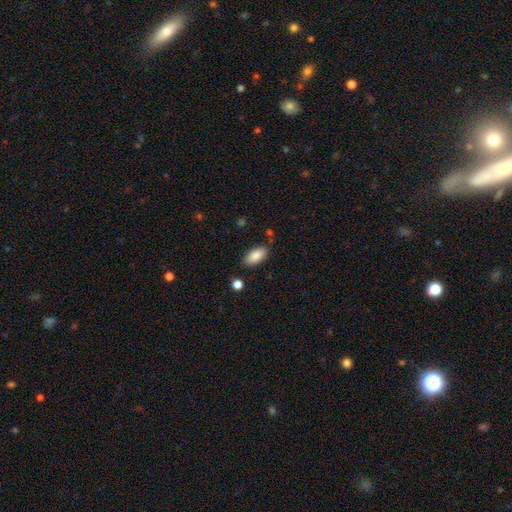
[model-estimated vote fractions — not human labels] smooth-or-featured: smooth: 87% | star or artifact: 7% | featured or disk: 6%
  how-rounded: in between: 92% | cigar-shaped: 6% | round: 2%
  merging: none: 81% | minor disturbance: 13% | merger: 3% | major disturbance: 3%